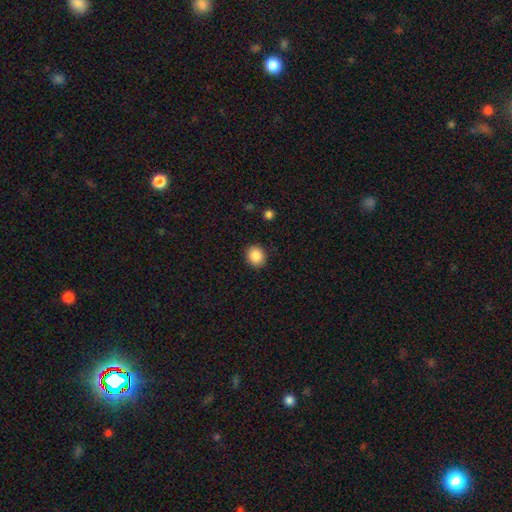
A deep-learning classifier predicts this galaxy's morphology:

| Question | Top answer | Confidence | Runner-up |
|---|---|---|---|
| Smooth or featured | smooth | 87% | star or artifact (9%) |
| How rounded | round | 70% | in between (29%) |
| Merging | none | 90% | minor disturbance (7%) |